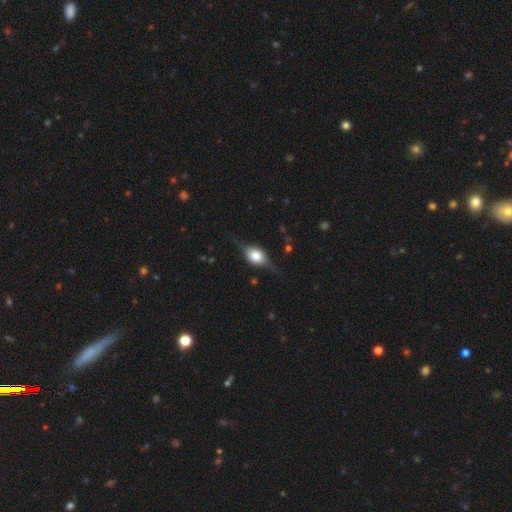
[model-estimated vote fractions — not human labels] smooth_or_featured: featured or disk (p=0.57) [alt: smooth p=0.35]
disk_edge_on: yes (p=0.91) [alt: no p=0.09]
edge_on_bulge: rounded (p=0.91) [alt: boxy p=0.07]
merging: none (p=0.72) [alt: minor disturbance p=0.19]